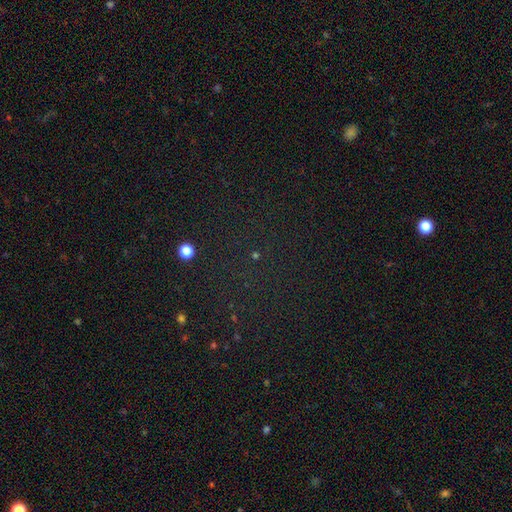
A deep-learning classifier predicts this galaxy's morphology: Q: Smooth or featured?
A: star or artifact (69%); runner-up: smooth (23%)